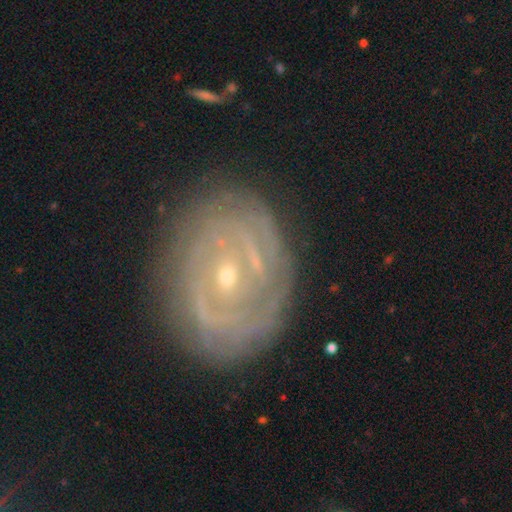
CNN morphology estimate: Smooth or featured?
  - featured or disk: 84% *
  - smooth: 9%
  - star or artifact: 7%
Edge-on disk?
  - no: 96% *
  - yes: 4%
Bar?
  - no: 44% *
  - weak: 39%
  - strong: 17%
Spiral arms?
  - yes: 90% *
  - no: 10%
Spiral winding?
  - tight: 78% *
  - medium: 17%
  - loose: 5%
Spiral arm count?
  - can't tell: 37% *
  - 2: 29%
  - 3: 12%
  - 4: 9%
  - more than 4: 8%
  - 1: 6%
Bulge size?
  - small: 70% *
  - moderate: 27%
  - large: 1%
  - none: 1%
  - dominant: 1%
Merging?
  - none: 80% *
  - minor disturbance: 14%
  - major disturbance: 5%
  - merger: 1%